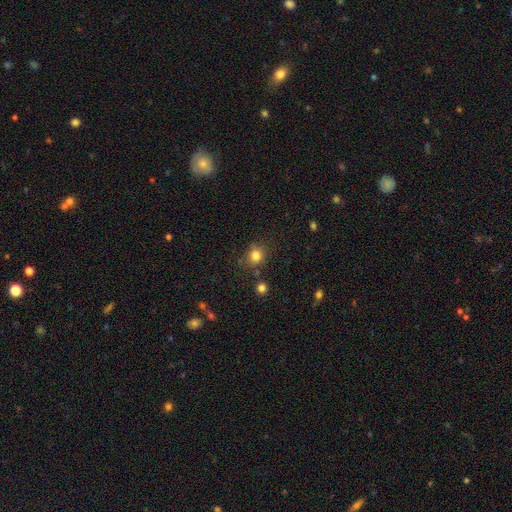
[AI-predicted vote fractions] Smooth or featured?
  - smooth: 82% *
  - star or artifact: 13%
  - featured or disk: 6%
How rounded?
  - round: 78% *
  - in between: 21%
  - cigar-shaped: 1%
Merging?
  - none: 75% *
  - minor disturbance: 13%
  - merger: 7%
  - major disturbance: 4%